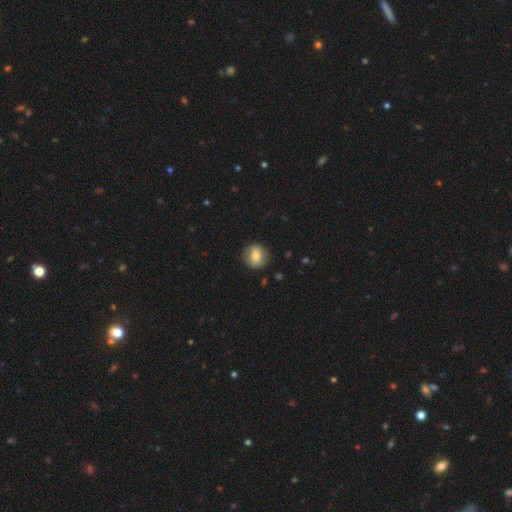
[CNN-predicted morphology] Smooth or featured? smooth (74%)
How rounded? round (71%)
Merging? none (84%)